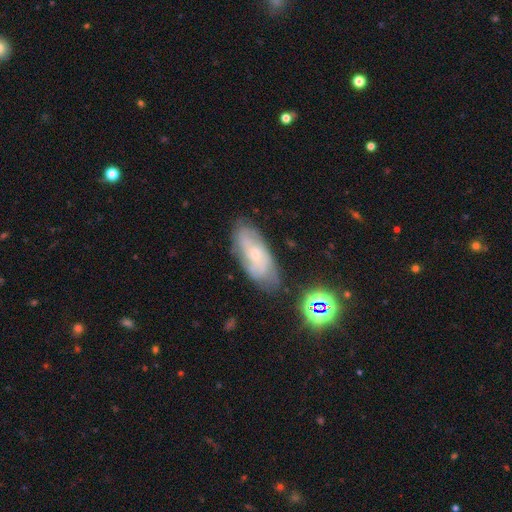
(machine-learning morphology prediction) This is likely a featured or disk galaxy (63%). It is clearly not viewed edge-on (91%). Bar: likely no (73%). Spiral arm pattern: clearly yes (85%). Central bulge: likely small (75%). Merging: likely none (70%).